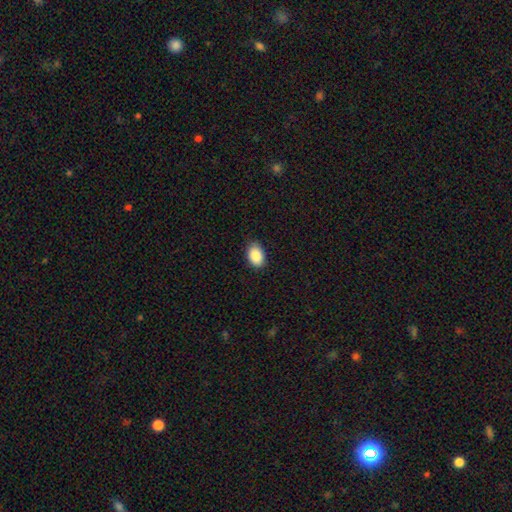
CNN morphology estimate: A smooth galaxy with no disk features (89%) that is in between round and cigar-shaped (87%).

Vote fractions:
- Smooth or featured? smooth: 89% / star or artifact: 7% / featured or disk: 3%
- How rounded? in between: 87% / round: 12% / cigar-shaped: 1%
- Merging? none: 85% / minor disturbance: 12% / major disturbance: 2% / merger: 1%